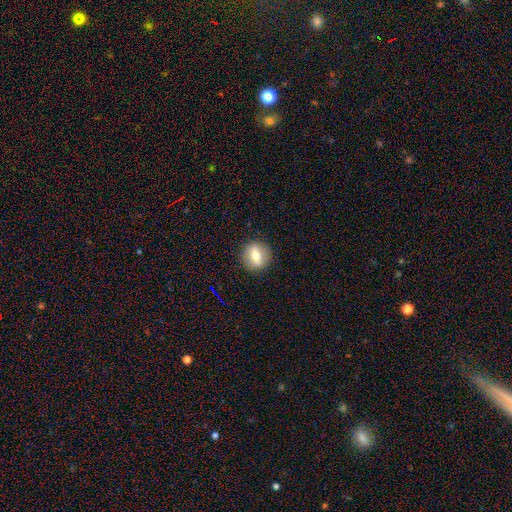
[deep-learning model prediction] This is possibly a smooth galaxy (55%). How rounded: clearly round (83%). Merging: clearly none (89%).